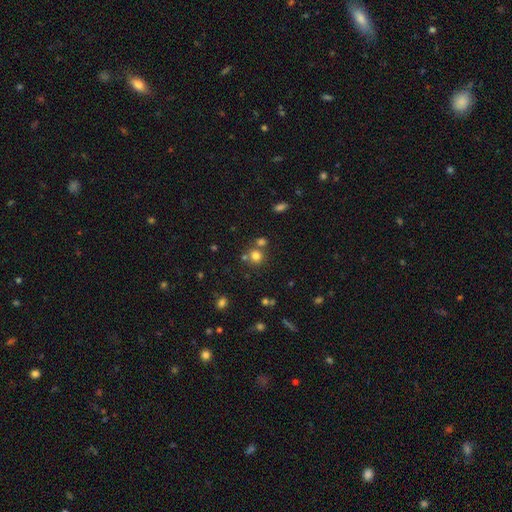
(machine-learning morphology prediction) This is likely a smooth galaxy (75%). How rounded: clearly round (88%). Merging: likely none (65%).